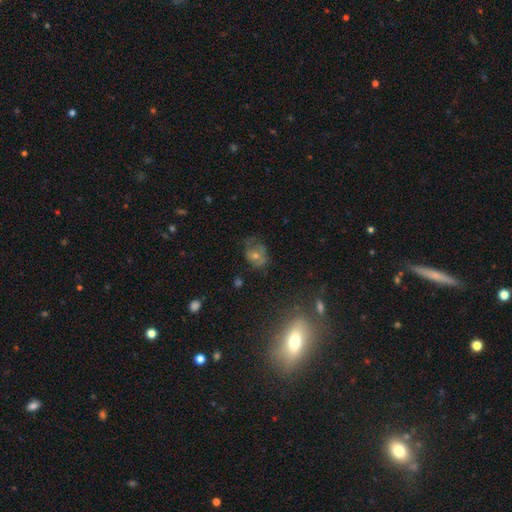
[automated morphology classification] Smooth or featured: smooth — 40% (featured or disk — 36%)
Merging: none — 60% (minor disturbance — 21%)